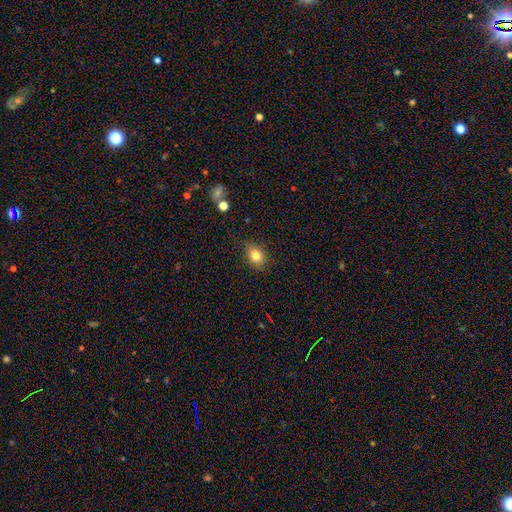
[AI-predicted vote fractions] Smooth or featured? smooth (81%)
How rounded? in between (55%)
Merging? none (76%)